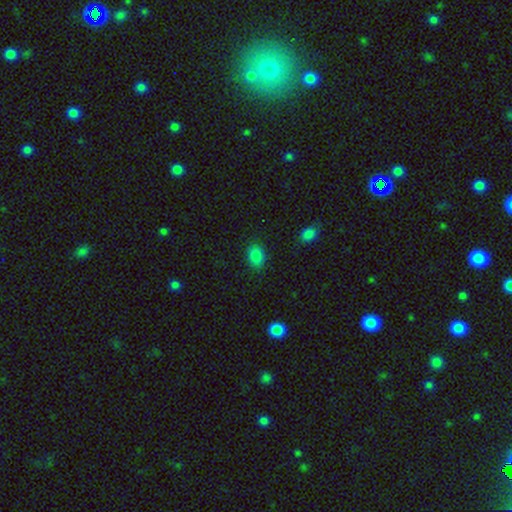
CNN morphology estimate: Smooth or featured? Predicted: smooth (p=0.86). How rounded? Predicted: in between (p=0.68). Merging? Predicted: none (p=0.86).